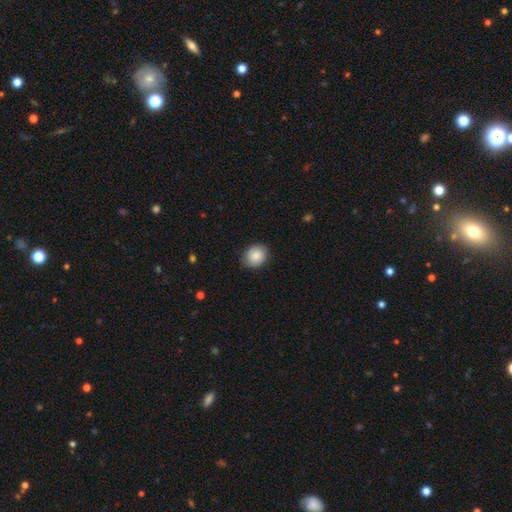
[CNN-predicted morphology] A smooth galaxy with no disk features (87%) that is round (64%). Merging: none (85%).